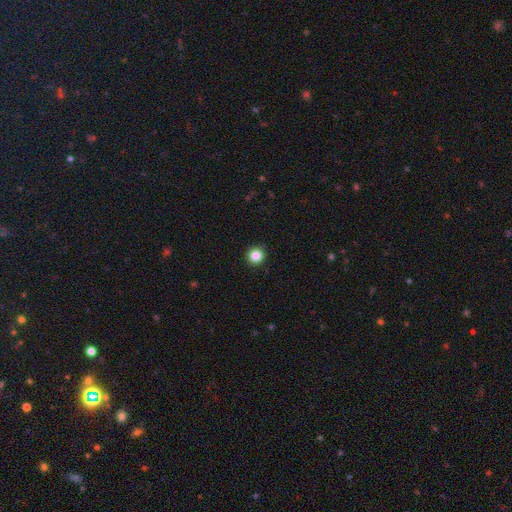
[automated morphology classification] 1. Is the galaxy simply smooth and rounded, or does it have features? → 85% smooth, 11% star or artifact, 4% featured or disk.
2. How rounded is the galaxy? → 94% round, 5% in between, 1% cigar-shaped.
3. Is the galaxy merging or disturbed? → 92% none, 5% minor disturbance, 2% major disturbance, 1% merger.